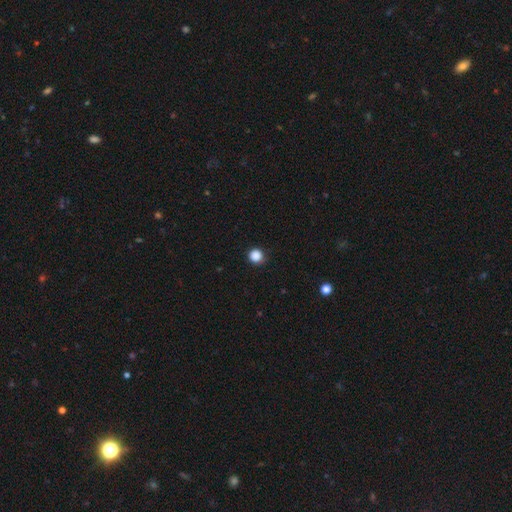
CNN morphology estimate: This is clearly a smooth galaxy (86%). How rounded: clearly round (93%). Merging: clearly none (89%).